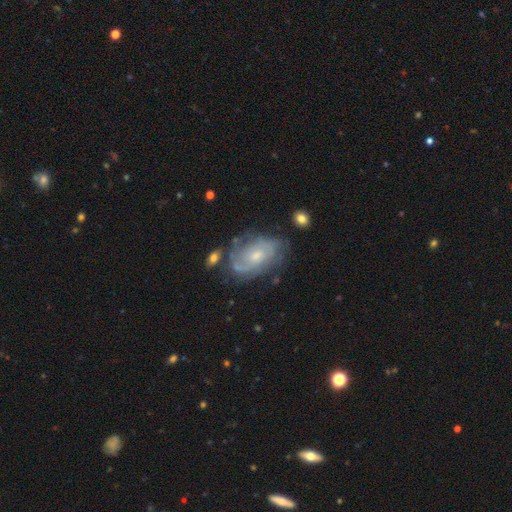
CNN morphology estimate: This is likely a featured or disk galaxy (75%). It is clearly not viewed edge-on (96%). Bar: likely no (66%). Spiral arm pattern: clearly yes (85%). Spiral arm count: marginally can't tell (43%). Spiral winding: possibly tight (50%). Central bulge: possibly moderate (47%). Merging: likely none (64%).